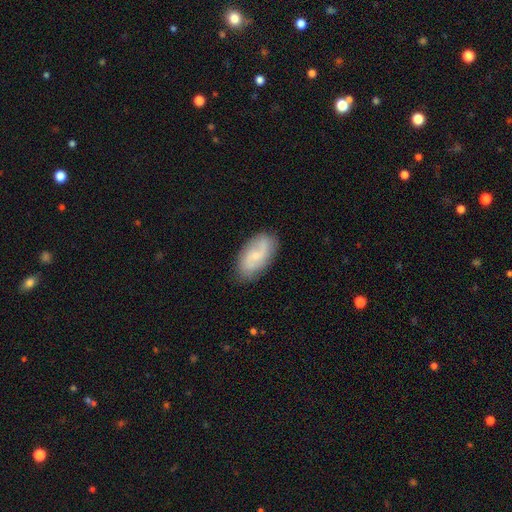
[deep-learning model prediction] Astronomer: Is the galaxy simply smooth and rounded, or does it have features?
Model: featured or disk — 61%.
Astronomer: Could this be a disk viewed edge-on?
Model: no — 95%.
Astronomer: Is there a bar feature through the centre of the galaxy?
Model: no — 53% (runner-up: weak, 40%).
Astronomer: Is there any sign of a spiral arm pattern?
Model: yes — 90%.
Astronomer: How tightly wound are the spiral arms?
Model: loose — 45% (runner-up: medium, 37%).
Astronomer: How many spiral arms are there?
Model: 2 — 81%.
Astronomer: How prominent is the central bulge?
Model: small — 68%.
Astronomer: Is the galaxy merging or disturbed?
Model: none — 80%.